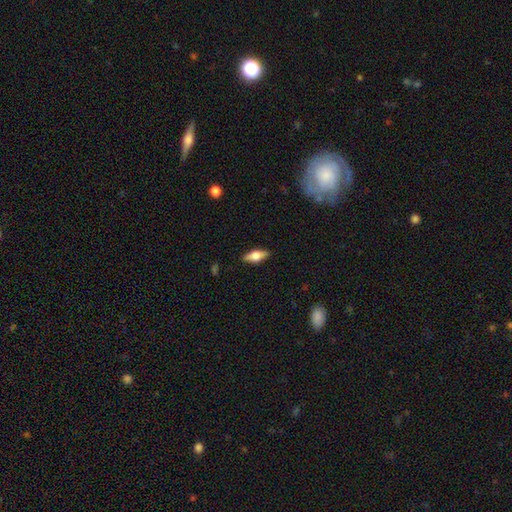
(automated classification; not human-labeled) smooth_or_featured: smooth (p=0.53) [alt: featured or disk p=0.41]
how_rounded: in between (p=0.70) [alt: cigar-shaped p=0.27]
merging: none (p=0.88) [alt: minor disturbance p=0.09]